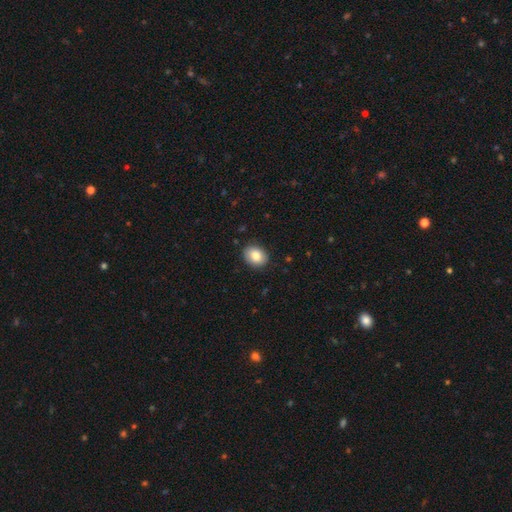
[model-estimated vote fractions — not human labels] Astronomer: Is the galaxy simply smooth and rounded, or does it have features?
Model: smooth — 84%.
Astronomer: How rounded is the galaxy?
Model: in between — 54% (runner-up: round, 45%).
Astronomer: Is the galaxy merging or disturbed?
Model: none — 87%.